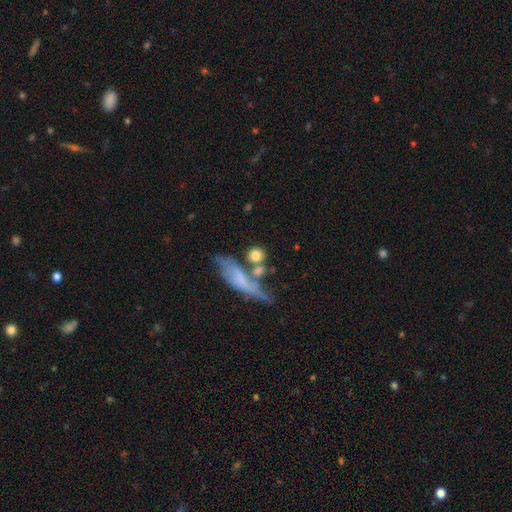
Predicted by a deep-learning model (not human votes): A smooth galaxy with no disk features (74%) that is round (71%). Merging: none (51%).